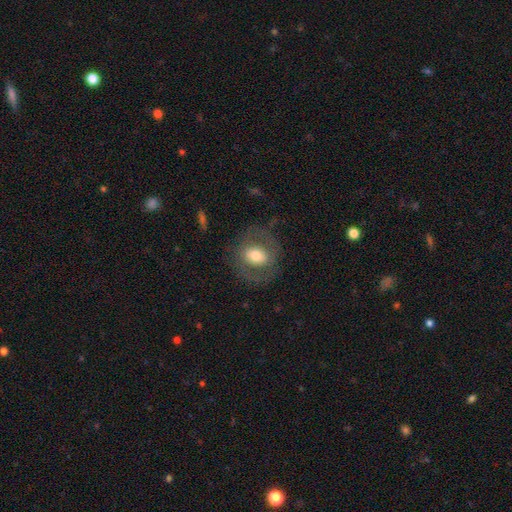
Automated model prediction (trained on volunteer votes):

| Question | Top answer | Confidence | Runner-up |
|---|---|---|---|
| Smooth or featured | smooth | 54% | featured or disk (39%) |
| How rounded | round | 53% | in between (46%) |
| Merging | none | 73% | minor disturbance (14%) |